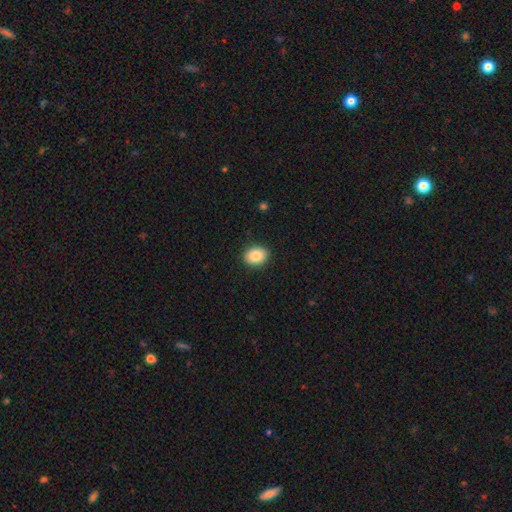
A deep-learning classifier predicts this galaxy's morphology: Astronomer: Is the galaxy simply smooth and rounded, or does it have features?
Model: smooth — 87%.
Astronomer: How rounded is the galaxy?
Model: in between — 58% (runner-up: round, 42%).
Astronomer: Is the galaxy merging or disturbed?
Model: none — 90%.